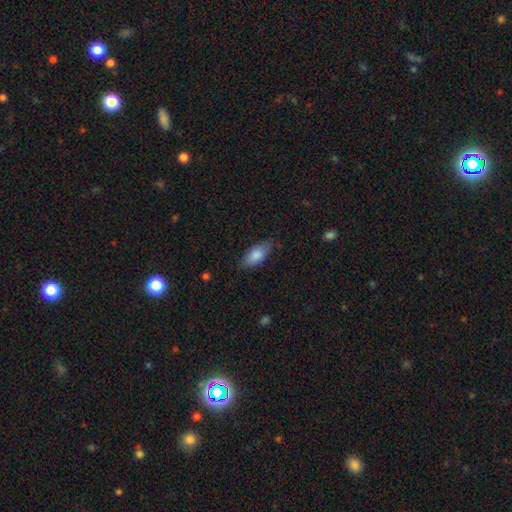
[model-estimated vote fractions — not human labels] Morphology: type=smooth (84%); roundness=in between (87%); merging=none (79%).